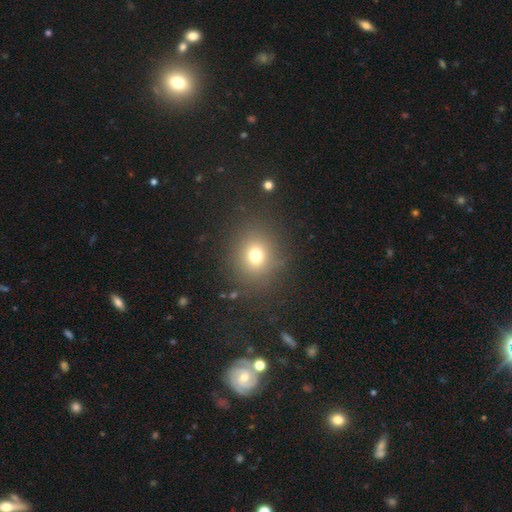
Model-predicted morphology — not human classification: Smooth or featured? smooth (72%)
How rounded? round (80%)
Merging? none (86%)